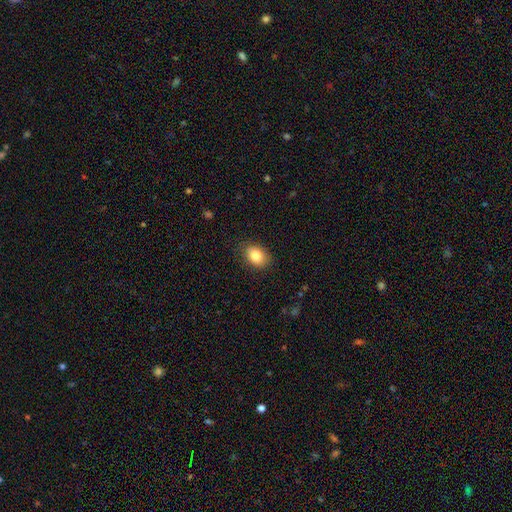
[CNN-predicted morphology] smooth_or_featured: smooth (p=0.85) [alt: star or artifact p=0.08]
how_rounded: in between (p=0.76) [alt: round p=0.23]
merging: none (p=0.83) [alt: minor disturbance p=0.13]